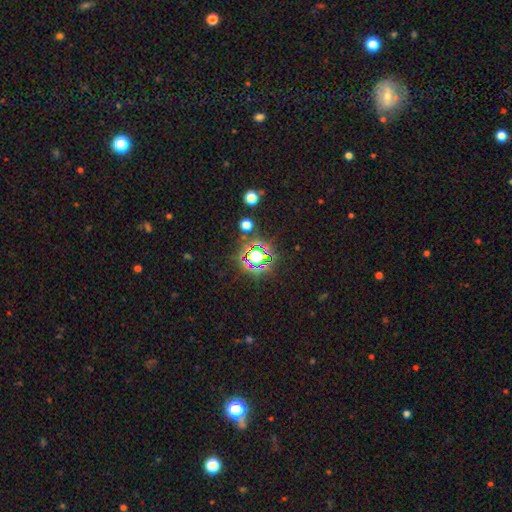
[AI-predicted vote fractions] smooth-or-featured: star or artifact: 65% | smooth: 24% | featured or disk: 11%